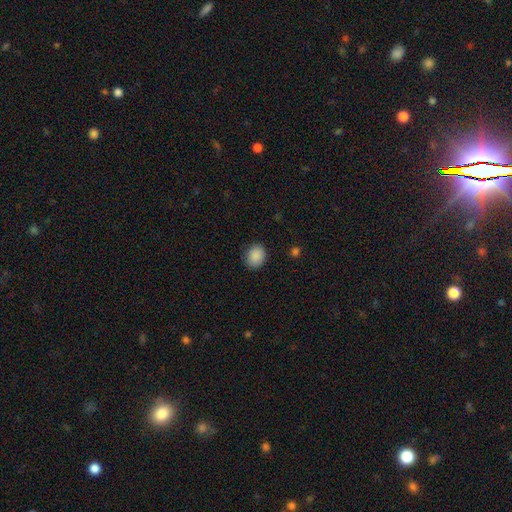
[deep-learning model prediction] Smooth or featured?
  - smooth: 89% *
  - star or artifact: 8%
  - featured or disk: 3%
How rounded?
  - round: 52% *
  - in between: 47%
  - cigar-shaped: 1%
Merging?
  - none: 86% *
  - minor disturbance: 11%
  - major disturbance: 3%
  - merger: 1%